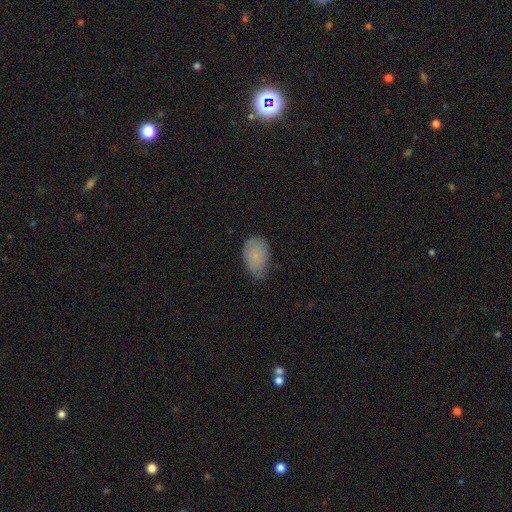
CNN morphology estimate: Overall: smooth (79%). How rounded: in between (88%). Merging: none (51%; minor disturbance 39%).